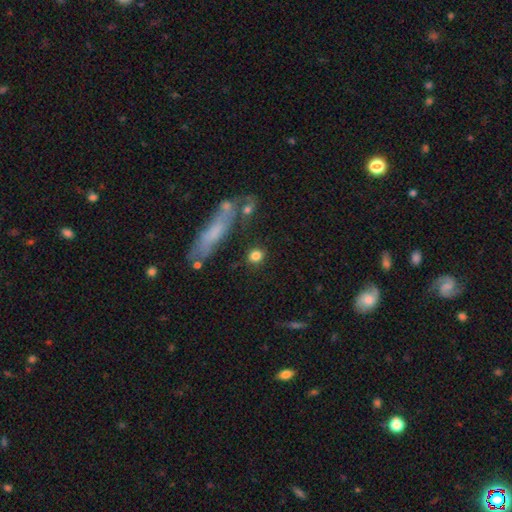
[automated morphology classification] smooth_or_featured: smooth (p=0.81) [alt: star or artifact p=0.10]
how_rounded: round (p=0.79) [alt: in between p=0.15]
merging: none (p=0.81) [alt: minor disturbance p=0.09]